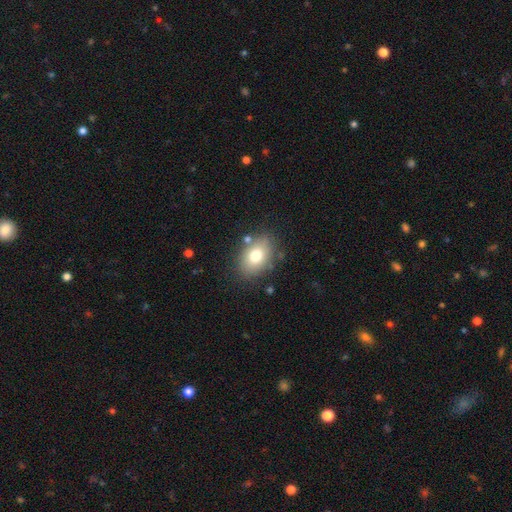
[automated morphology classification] The model was most divided on "how rounded": in between: 79%, round: 20%, cigar-shaped: 1%. More confident: merging — none (79%); smooth or featured — smooth (77%).